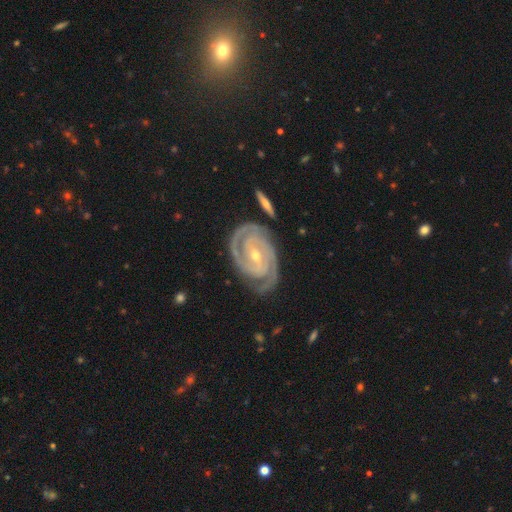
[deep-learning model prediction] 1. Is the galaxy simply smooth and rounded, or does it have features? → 93% featured or disk, 4% star or artifact, 3% smooth.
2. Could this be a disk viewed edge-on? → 97% no, 3% yes.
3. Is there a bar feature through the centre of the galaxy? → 39% no, 36% weak, 24% strong.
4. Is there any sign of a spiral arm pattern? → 99% yes, 1% no.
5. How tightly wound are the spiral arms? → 80% tight, 18% medium, 2% loose.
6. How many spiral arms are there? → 75% 2, 13% 3, 5% can't tell, 3% 4, 2% 1, 2% more than 4.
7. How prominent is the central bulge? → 60% small, 37% moderate, 1% large, 1% none, 1% dominant.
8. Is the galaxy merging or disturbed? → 77% none, 15% minor disturbance, 4% major disturbance, 4% merger.